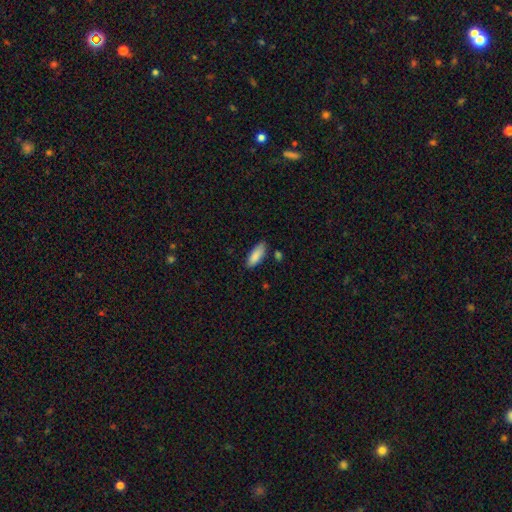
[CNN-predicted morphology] smooth 88%, star or artifact 6%, featured or disk 6%. Down the decision tree: how rounded — in between (74%); merging — none (78%).